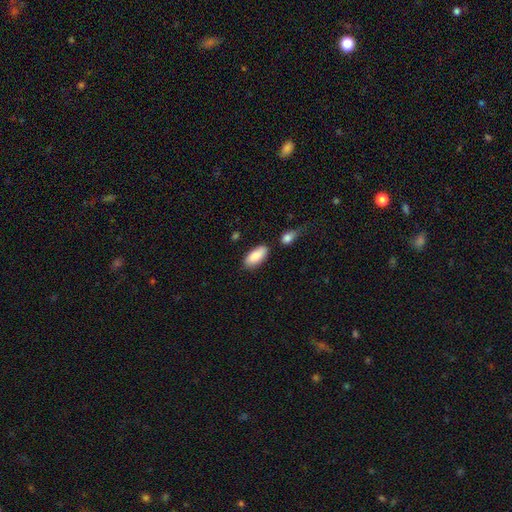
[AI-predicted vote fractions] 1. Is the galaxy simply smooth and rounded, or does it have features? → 89% smooth, 6% star or artifact, 6% featured or disk.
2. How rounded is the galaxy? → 89% in between, 9% cigar-shaped, 2% round.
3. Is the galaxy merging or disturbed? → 77% none, 14% minor disturbance, 6% merger, 3% major disturbance.